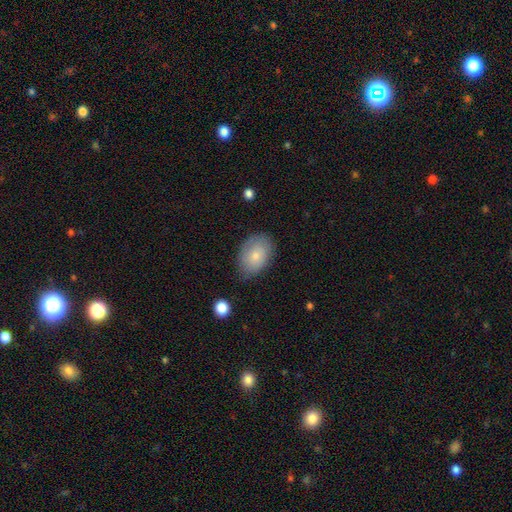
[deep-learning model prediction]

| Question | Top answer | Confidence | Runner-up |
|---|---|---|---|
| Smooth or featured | smooth | 73% | featured or disk (20%) |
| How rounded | in between | 83% | round (16%) |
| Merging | none | 72% | minor disturbance (22%) |